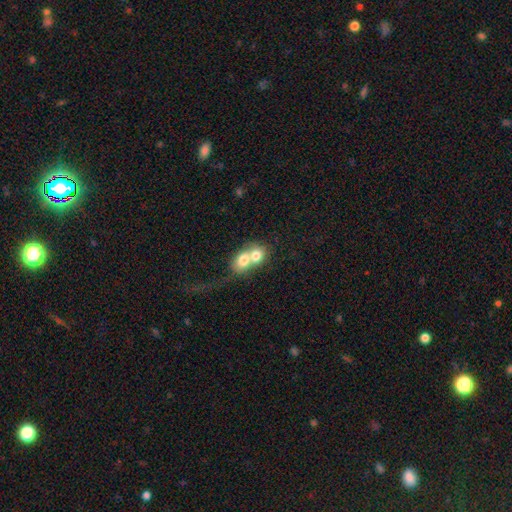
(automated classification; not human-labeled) Morphology: type=smooth (69%); roundness=round (56%); merging=merger (79%).